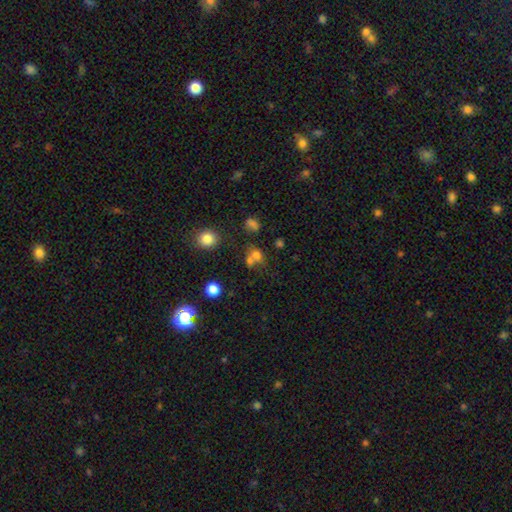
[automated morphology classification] The model was most divided on "merging": merger: 45%, none: 40%, minor disturbance: 9%, major disturbance: 6%. More confident: how rounded — round (70%); smooth or featured — smooth (69%).